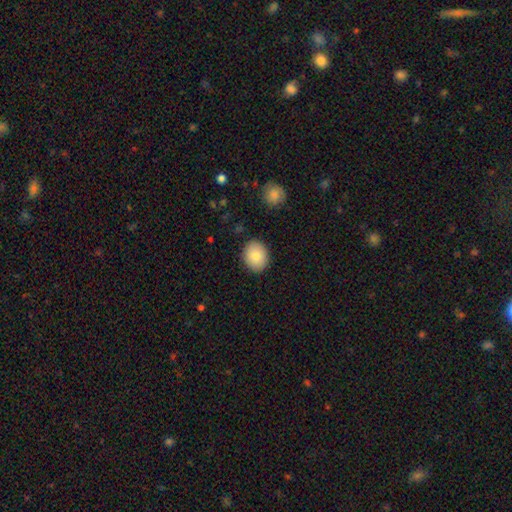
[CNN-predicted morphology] A smooth galaxy with no disk features (82%) that is round (55%).

Vote fractions:
- Smooth or featured? smooth: 82% / featured or disk: 10% / star or artifact: 8%
- How rounded? round: 55% / in between: 44% / cigar-shaped: 1%
- Merging? none: 88% / minor disturbance: 8% / major disturbance: 2% / merger: 1%